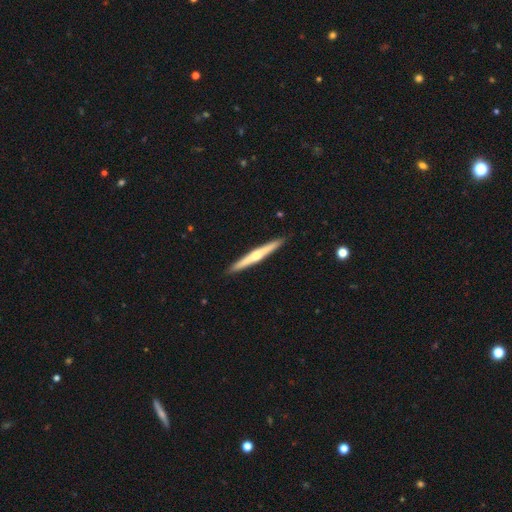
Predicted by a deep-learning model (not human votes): The model was most divided on "smooth or featured": featured or disk: 70%, smooth: 25%, star or artifact: 5%. More confident: edge-on disk — yes (98%); merging — none (92%); edge-on bulge — rounded (85%).